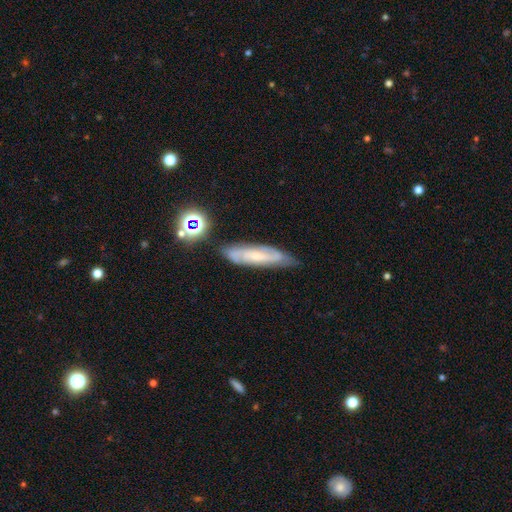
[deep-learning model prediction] featured or disk 67%, smooth 23%, star or artifact 10%. Down the decision tree: edge-on disk — no (74%); merging — none (75%).